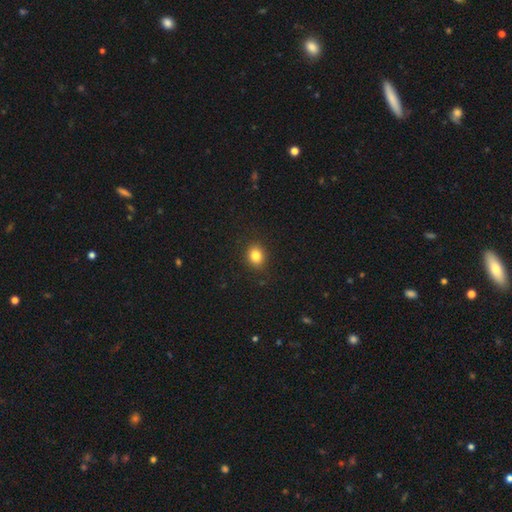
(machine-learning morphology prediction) The model was most divided on "how rounded": round: 61%, in between: 38%, cigar-shaped: 1%. More confident: merging — none (89%); smooth or featured — smooth (83%).